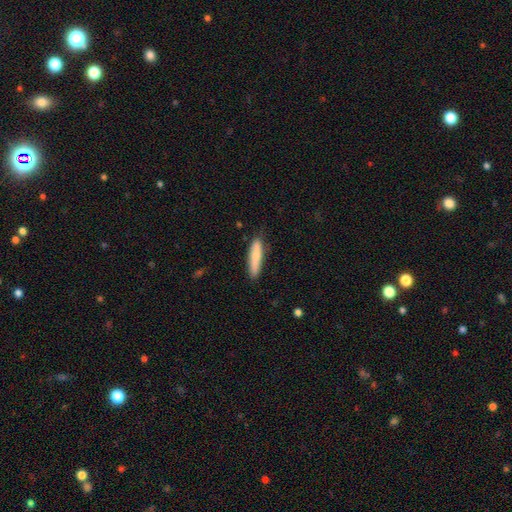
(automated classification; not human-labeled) Smooth or featured? Predicted: smooth (p=0.76). How rounded? Predicted: cigar-shaped (p=0.82). Merging? Predicted: none (p=0.81).